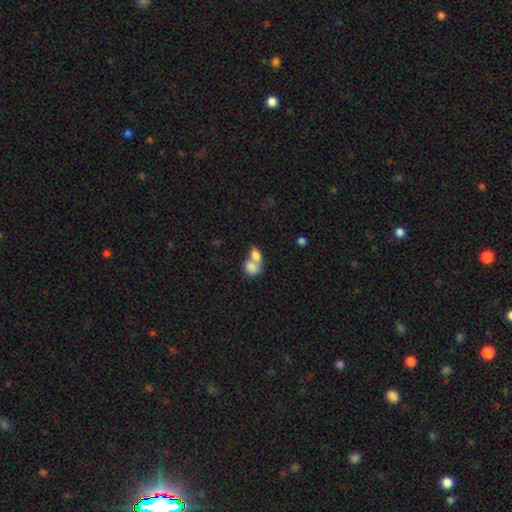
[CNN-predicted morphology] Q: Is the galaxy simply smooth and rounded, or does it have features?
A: smooth — 79%.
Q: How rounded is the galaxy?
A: in between — 72%.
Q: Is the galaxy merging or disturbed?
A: merger — 73%.